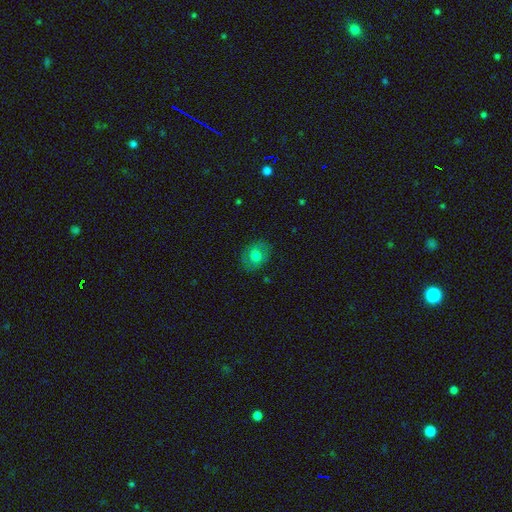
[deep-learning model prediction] A smooth galaxy with no disk features (69%) that is round (51%).

Vote fractions:
- Smooth or featured? smooth: 69% / featured or disk: 22% / star or artifact: 9%
- How rounded? round: 51% / in between: 48% / cigar-shaped: 1%
- Merging? none: 81% / minor disturbance: 13% / major disturbance: 4% / merger: 1%